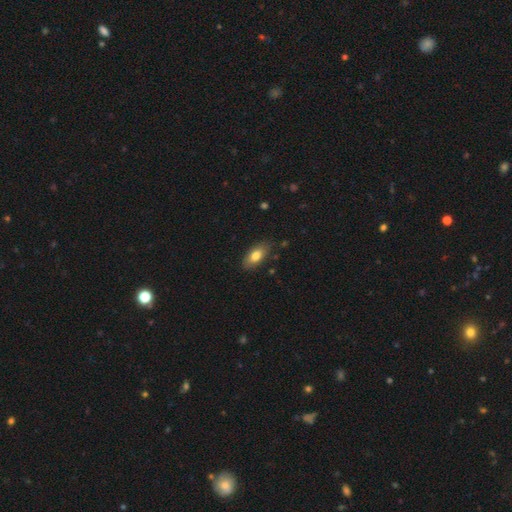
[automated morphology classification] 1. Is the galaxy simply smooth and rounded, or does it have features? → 78% smooth, 15% featured or disk, 7% star or artifact.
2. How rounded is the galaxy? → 90% in between, 7% cigar-shaped, 4% round.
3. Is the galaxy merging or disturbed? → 81% none, 15% minor disturbance, 3% major disturbance, 1% merger.